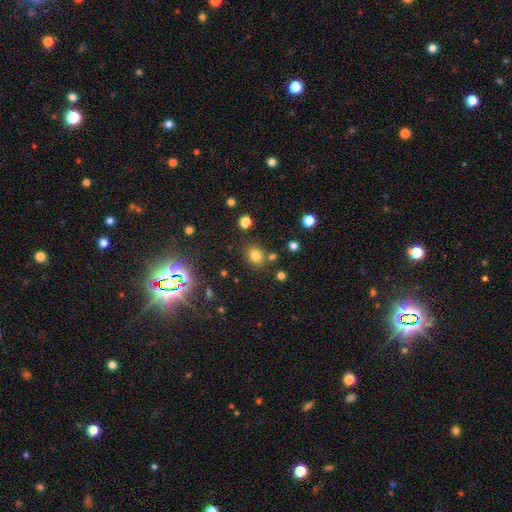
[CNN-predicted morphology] Smooth or featured: smooth — 76% (star or artifact — 17%)
How rounded: round — 61% (in between — 38%)
Merging: none — 76% (minor disturbance — 11%)